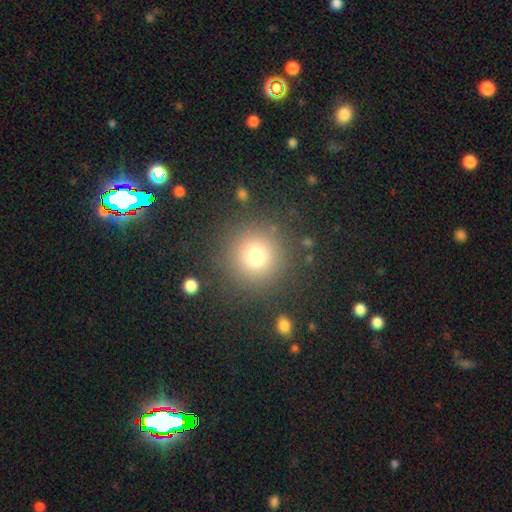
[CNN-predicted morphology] This is likely a smooth galaxy (75%). How rounded: clearly round (95%). Merging: clearly none (87%).